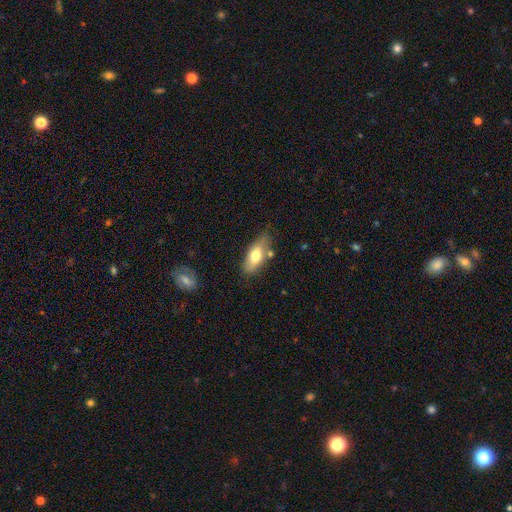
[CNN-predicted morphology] This appears to be a smooth galaxy with no disk features (69%) that is in between round and cigar-shaped (80%). Merging: none (69%).